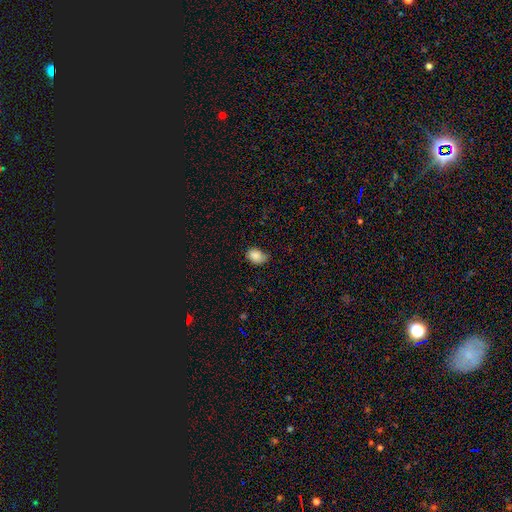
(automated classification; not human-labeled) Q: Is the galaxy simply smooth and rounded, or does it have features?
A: smooth — 86%.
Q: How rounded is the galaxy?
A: in between — 69%.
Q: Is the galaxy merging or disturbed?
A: none — 57%.